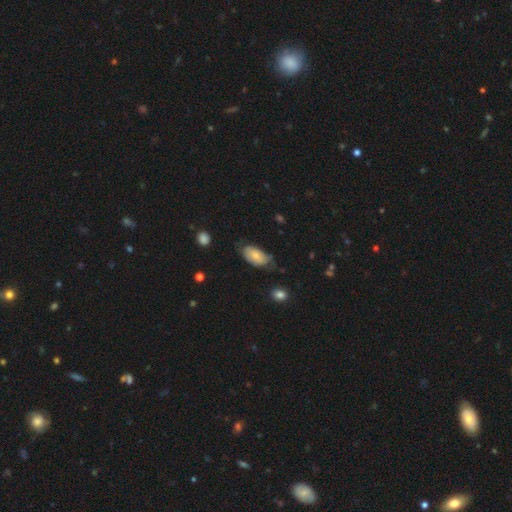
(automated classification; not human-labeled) A smooth galaxy with no disk features (72%) that is in between round and cigar-shaped (94%).

Vote fractions:
- Smooth or featured? smooth: 72% / featured or disk: 22% / star or artifact: 7%
- How rounded? in between: 94% / round: 4% / cigar-shaped: 2%
- Merging? none: 47% / minor disturbance: 39% / major disturbance: 12% / merger: 2%